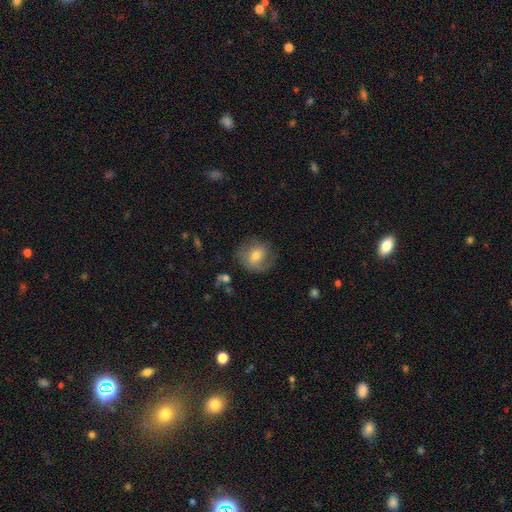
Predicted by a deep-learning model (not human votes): Smooth or featured? featured or disk (48%)
Merging? none (63%)